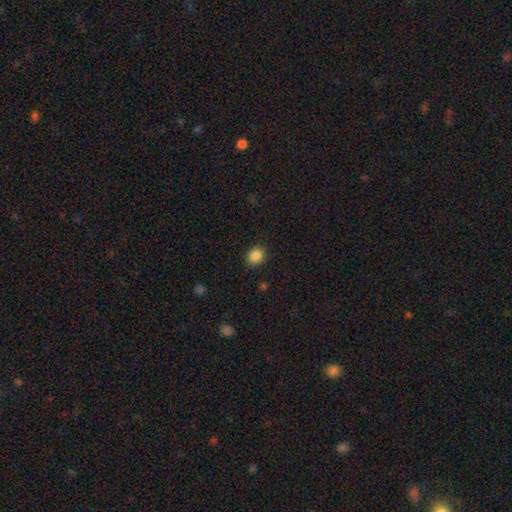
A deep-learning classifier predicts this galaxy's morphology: A smooth galaxy with no disk features (86%) that is round (66%).

Vote fractions:
- Smooth or featured? smooth: 86% / star or artifact: 10% / featured or disk: 4%
- How rounded? round: 66% / in between: 33% / cigar-shaped: 1%
- Merging? none: 88% / minor disturbance: 9% / major disturbance: 2% / merger: 1%